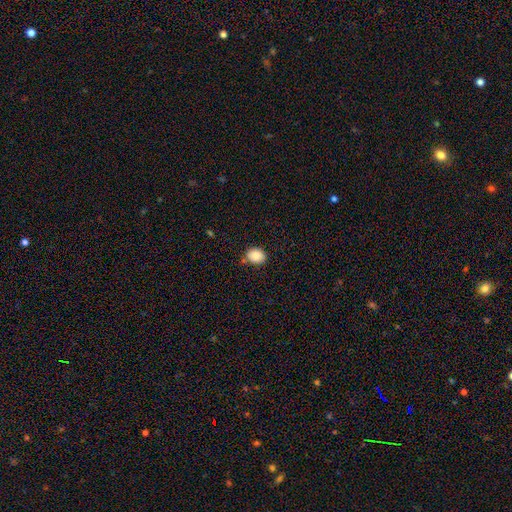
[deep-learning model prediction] A smooth galaxy with no disk features (87%) that is round (53%).

Vote fractions:
- Smooth or featured? smooth: 87% / star or artifact: 9% / featured or disk: 4%
- How rounded? round: 53% / in between: 46% / cigar-shaped: 1%
- Merging? none: 77% / minor disturbance: 15% / merger: 5% / major disturbance: 3%